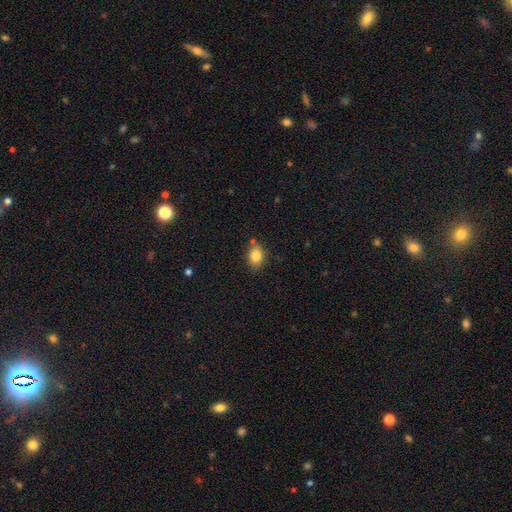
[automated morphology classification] A smooth galaxy with no disk features (85%) that is in between round and cigar-shaped (70%).

Vote fractions:
- Smooth or featured? smooth: 85% / star or artifact: 9% / featured or disk: 6%
- How rounded? in between: 70% / round: 29% / cigar-shaped: 1%
- Merging? none: 77% / minor disturbance: 13% / merger: 7% / major disturbance: 3%